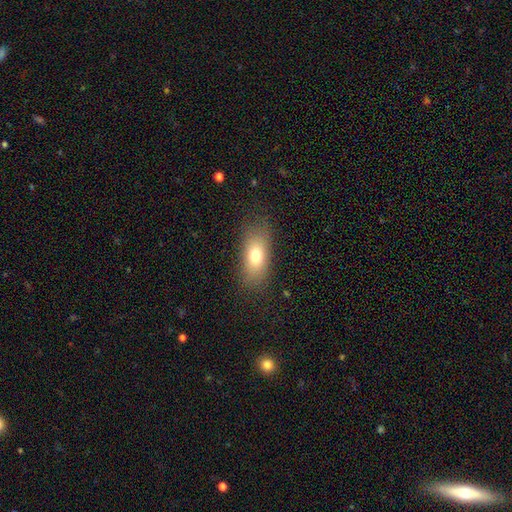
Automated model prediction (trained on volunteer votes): Q: Smooth or featured?
A: smooth (73%); runner-up: featured or disk (16%)
Q: How rounded?
A: in between (82%); runner-up: cigar-shaped (11%)
Q: Merging?
A: none (80%); runner-up: minor disturbance (13%)